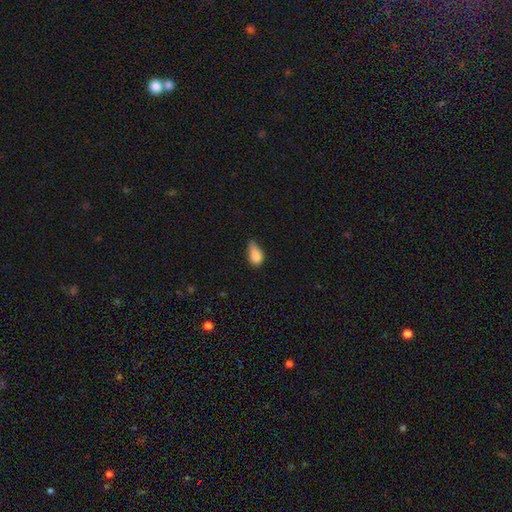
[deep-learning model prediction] Smooth or featured? smooth (82%)
How rounded? in between (82%)
Merging? minor disturbance (52%)